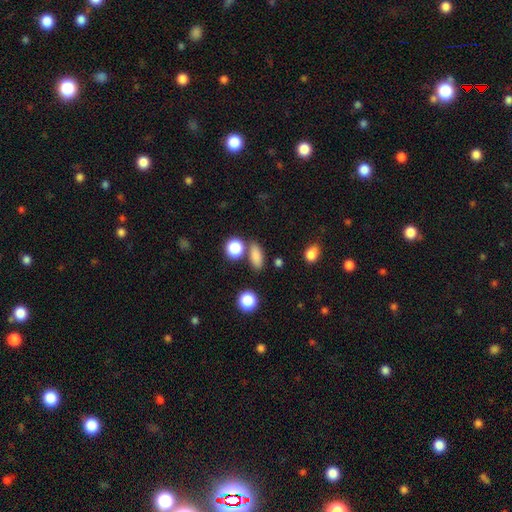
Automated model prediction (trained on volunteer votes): Overall: smooth (82%). How rounded: in between (71%). Merging: none (75%).